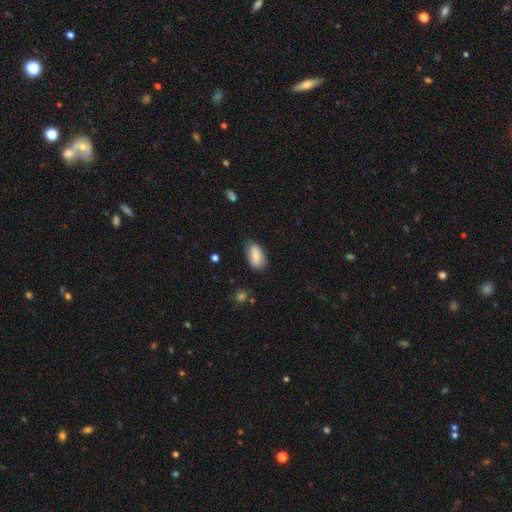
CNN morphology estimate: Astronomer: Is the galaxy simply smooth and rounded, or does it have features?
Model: smooth — 79%.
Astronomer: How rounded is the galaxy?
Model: in between — 89%.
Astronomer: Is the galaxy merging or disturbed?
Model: none — 74%.